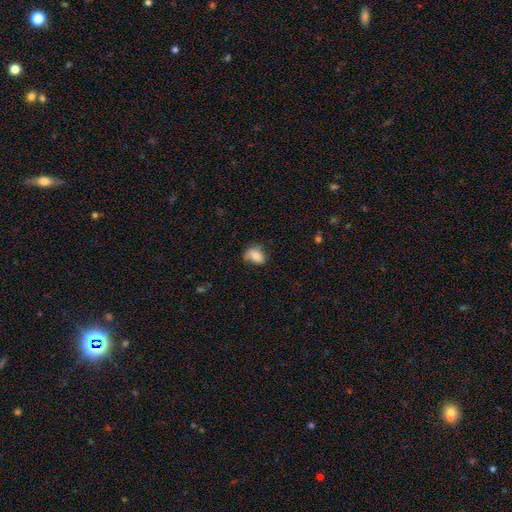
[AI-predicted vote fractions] Overall: smooth (72%). How rounded: in between (65%; round 34%). Merging: none (52%; minor disturbance 34%).